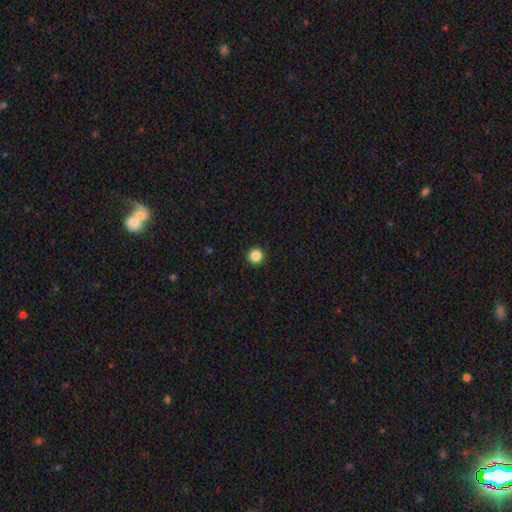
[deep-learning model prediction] Smooth or featured?
  - smooth: 86% *
  - star or artifact: 11%
  - featured or disk: 3%
How rounded?
  - round: 96% *
  - in between: 3%
  - cigar-shaped: 1%
Merging?
  - none: 94% *
  - minor disturbance: 4%
  - major disturbance: 1%
  - merger: 1%